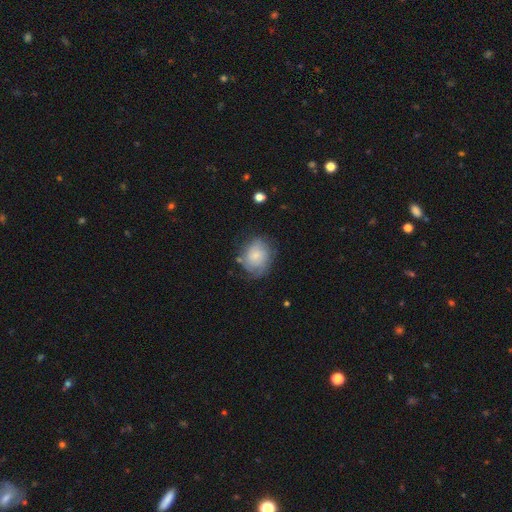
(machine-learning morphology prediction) Overall: smooth (52%; featured or disk 40%). How rounded: round (54%; in between 45%). Merging: none (59%; minor disturbance 26%).